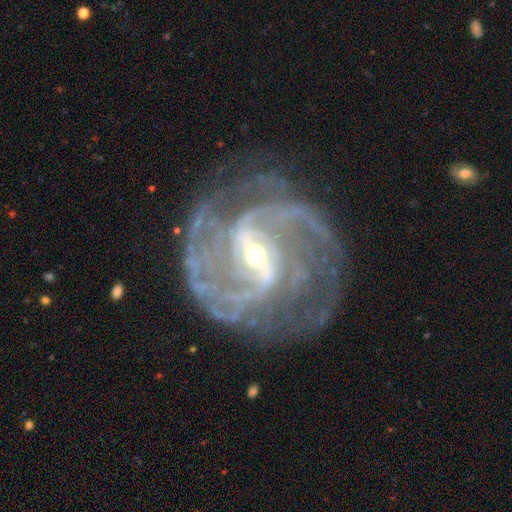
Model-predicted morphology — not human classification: Overall: featured or disk (93%). Edge-on disk: no (97%). Bar: strong (52%; weak 36%). Spiral arms: yes (98%). Spiral arm count: 2 (32%; 3 18%). Spiral winding: tight (45%; medium 43%). Bulge size: small (57%; moderate 39%). Merging: none (67%).